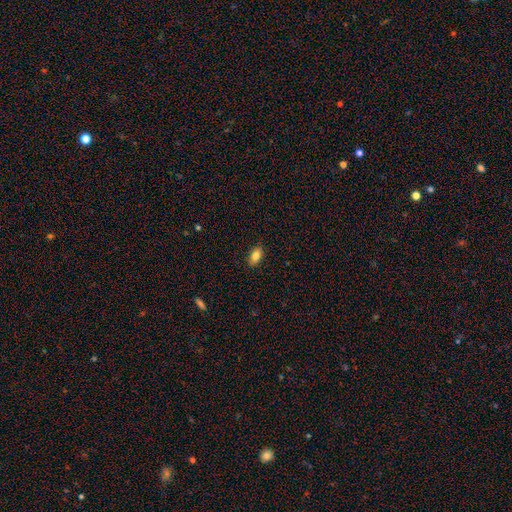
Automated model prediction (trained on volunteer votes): smooth_or_featured: smooth (p=0.83) [alt: featured or disk p=0.09]
how_rounded: in between (p=0.91) [alt: round p=0.05]
merging: none (p=0.88) [alt: minor disturbance p=0.09]